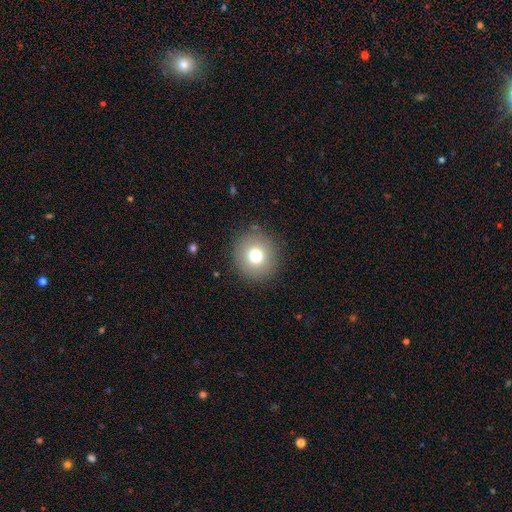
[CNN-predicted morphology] smooth-or-featured: smooth: 75% | star or artifact: 13% | featured or disk: 12%
  how-rounded: round: 94% | in between: 5% | cigar-shaped: 1%
  merging: none: 90% | minor disturbance: 6% | major disturbance: 3% | merger: 1%